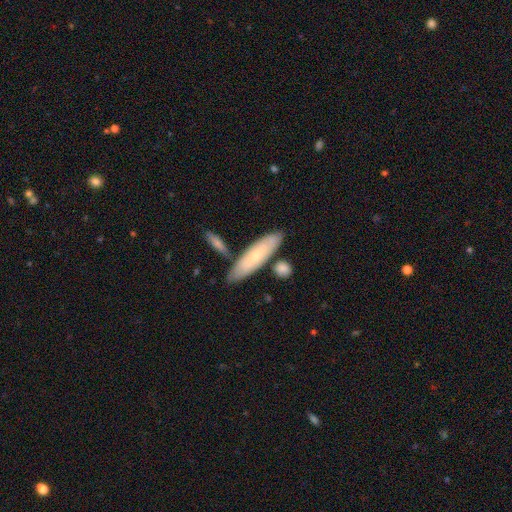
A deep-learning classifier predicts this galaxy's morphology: This is possibly a smooth galaxy (60%). How rounded: likely cigar-shaped (62%). Merging: likely none (76%).